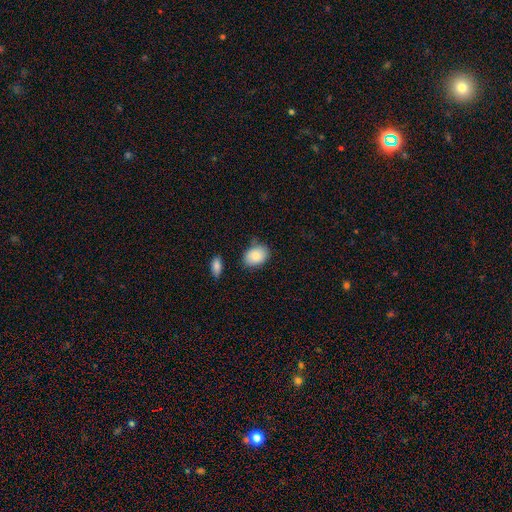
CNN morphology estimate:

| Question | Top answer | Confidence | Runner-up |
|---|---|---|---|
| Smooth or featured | smooth | 84% | featured or disk (9%) |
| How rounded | in between | 73% | round (26%) |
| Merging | none | 73% | minor disturbance (19%) |